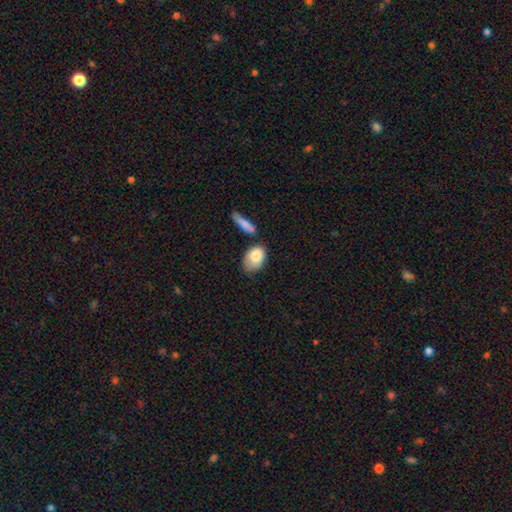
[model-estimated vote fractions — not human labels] The model was most divided on "merging": none: 45%, minor disturbance: 28%, merger: 16%, major disturbance: 10%. More confident: how rounded — in between (85%); smooth or featured — smooth (79%).